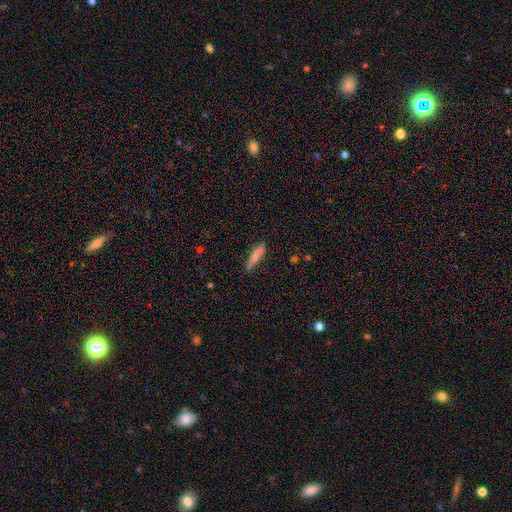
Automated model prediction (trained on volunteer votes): Smooth or featured? Predicted: smooth (p=0.75). How rounded? Predicted: cigar-shaped (p=0.83). Merging? Predicted: none (p=0.82).